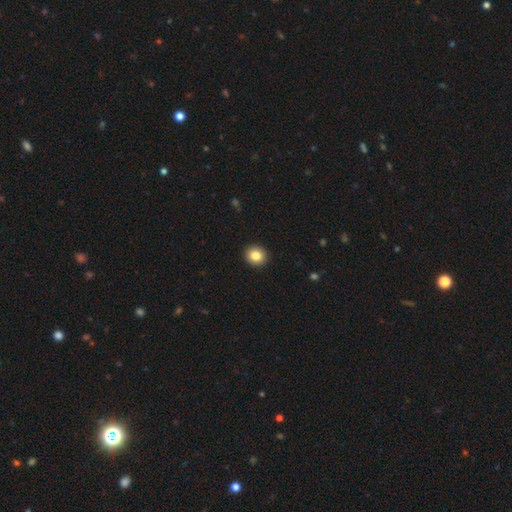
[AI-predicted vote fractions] Q: Smooth or featured?
A: smooth (84%); runner-up: star or artifact (9%)
Q: How rounded?
A: round (81%); runner-up: in between (18%)
Q: Merging?
A: none (92%); runner-up: minor disturbance (5%)